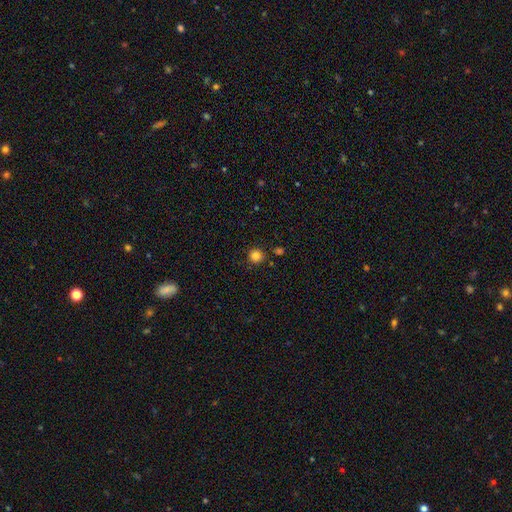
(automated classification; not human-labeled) Smooth or featured?
  - smooth: 84% *
  - star or artifact: 13%
  - featured or disk: 4%
How rounded?
  - round: 94% *
  - in between: 5%
  - cigar-shaped: 1%
Merging?
  - none: 86% *
  - minor disturbance: 7%
  - merger: 4%
  - major disturbance: 2%